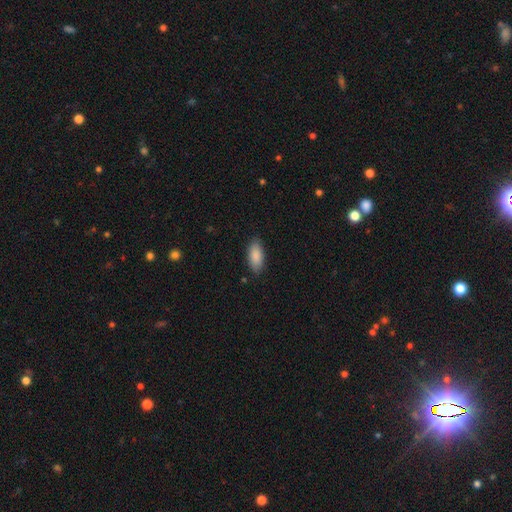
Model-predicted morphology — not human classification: Smooth or featured? smooth (89%)
How rounded? in between (87%)
Merging? none (86%)